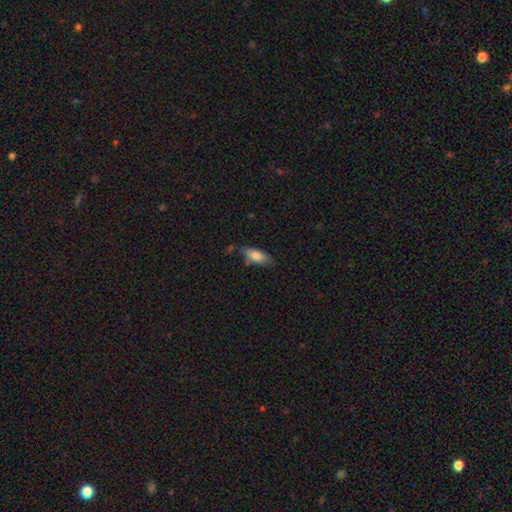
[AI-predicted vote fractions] smooth 78%, featured or disk 15%, star or artifact 7%. Down the decision tree: how rounded — in between (78%); merging — none (61%).